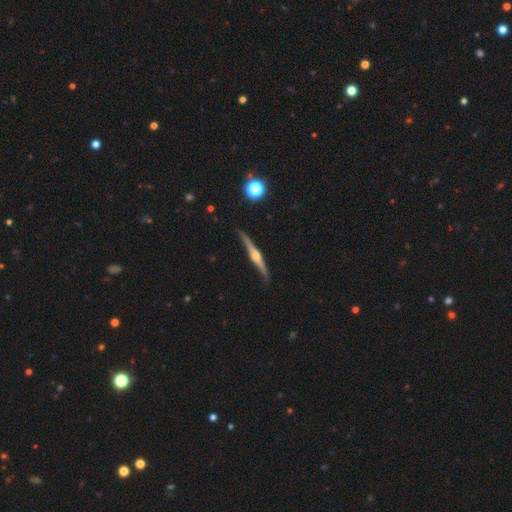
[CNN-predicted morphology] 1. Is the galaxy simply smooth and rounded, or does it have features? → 82% featured or disk, 12% smooth, 5% star or artifact.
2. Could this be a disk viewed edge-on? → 98% yes, 2% no.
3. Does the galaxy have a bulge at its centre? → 94% rounded, 3% boxy, 3% none.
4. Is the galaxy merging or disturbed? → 90% none, 8% minor disturbance, 1% major disturbance, 1% merger.